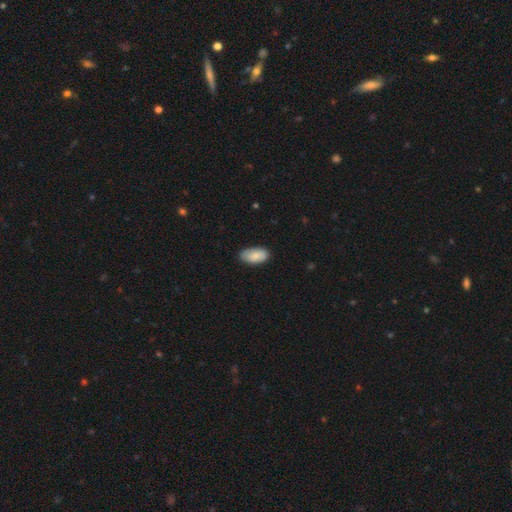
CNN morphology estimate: Overall: smooth (83%). How rounded: in between (95%). Merging: none (80%).